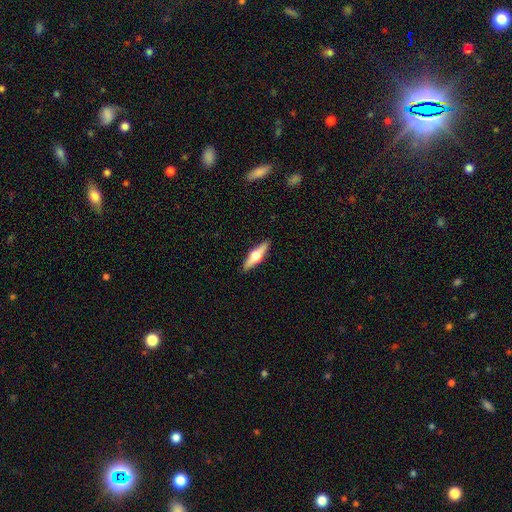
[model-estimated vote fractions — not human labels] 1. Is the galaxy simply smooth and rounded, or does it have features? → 56% featured or disk, 39% smooth, 5% star or artifact.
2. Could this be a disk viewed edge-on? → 94% yes, 6% no.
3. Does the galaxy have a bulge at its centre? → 95% rounded, 3% boxy, 2% none.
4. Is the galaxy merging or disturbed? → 90% none, 7% minor disturbance, 2% major disturbance, 1% merger.